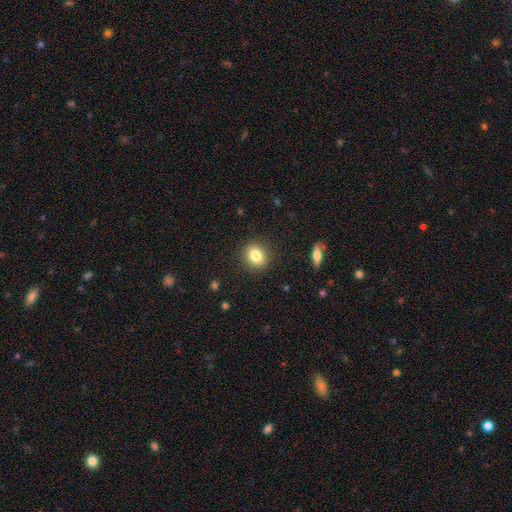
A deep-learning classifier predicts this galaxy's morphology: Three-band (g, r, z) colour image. It shows a smooth galaxy with no disk features (82%) that is round (65%). Merging: none (89%).